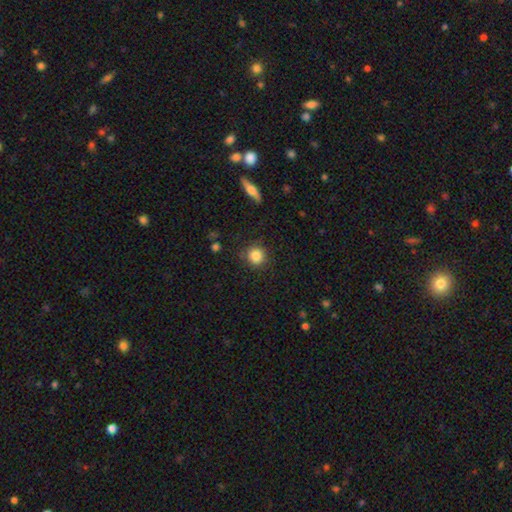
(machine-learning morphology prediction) The model was most divided on "merging": none: 85%, minor disturbance: 11%, major disturbance: 3%, merger: 2%. More confident: how rounded — round (91%); smooth or featured — smooth (85%).